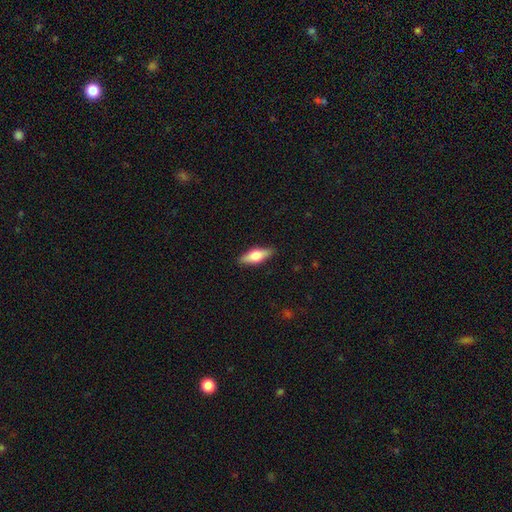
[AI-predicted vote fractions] Q: Smooth or featured?
A: smooth (59%); runner-up: featured or disk (35%)
Q: How rounded?
A: in between (61%); runner-up: cigar-shaped (36%)
Q: Merging?
A: none (88%); runner-up: minor disturbance (9%)